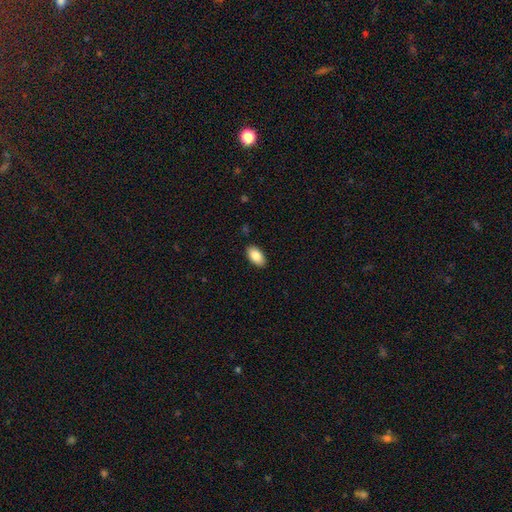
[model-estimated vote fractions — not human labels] Smooth or featured: smooth — 85% (featured or disk — 8%)
How rounded: in between — 94% (round — 4%)
Merging: none — 88% (minor disturbance — 9%)